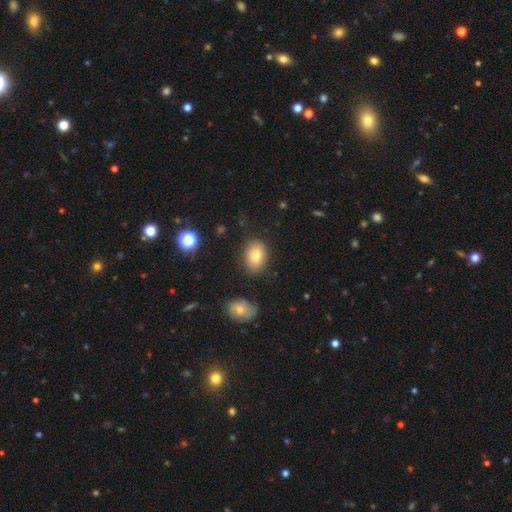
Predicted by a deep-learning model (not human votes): A smooth galaxy with no disk features (79%) that is in between round and cigar-shaped (74%).

Vote fractions:
- Smooth or featured? smooth: 79% / featured or disk: 11% / star or artifact: 10%
- How rounded? in between: 74% / round: 25% / cigar-shaped: 1%
- Merging? none: 81% / minor disturbance: 13% / major disturbance: 3% / merger: 3%